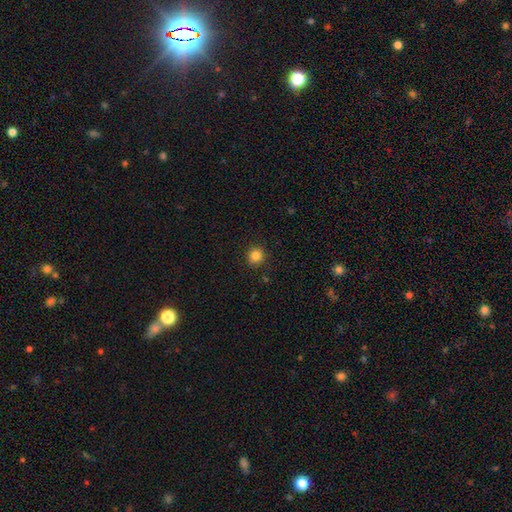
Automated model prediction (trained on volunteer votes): Smooth or featured?
  - smooth: 83% *
  - star or artifact: 12%
  - featured or disk: 5%
How rounded?
  - round: 92% *
  - in between: 7%
  - cigar-shaped: 1%
Merging?
  - none: 91% *
  - minor disturbance: 6%
  - major disturbance: 2%
  - merger: 1%